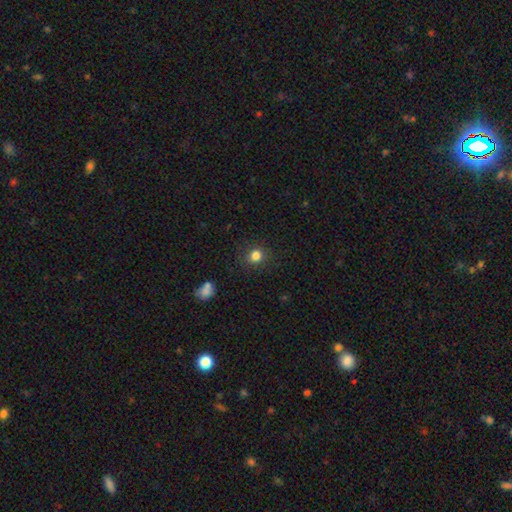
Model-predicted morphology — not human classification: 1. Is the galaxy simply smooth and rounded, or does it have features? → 82% smooth, 12% star or artifact, 5% featured or disk.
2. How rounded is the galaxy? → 81% round, 18% in between, 1% cigar-shaped.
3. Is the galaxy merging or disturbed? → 86% none, 9% minor disturbance, 3% major disturbance, 1% merger.